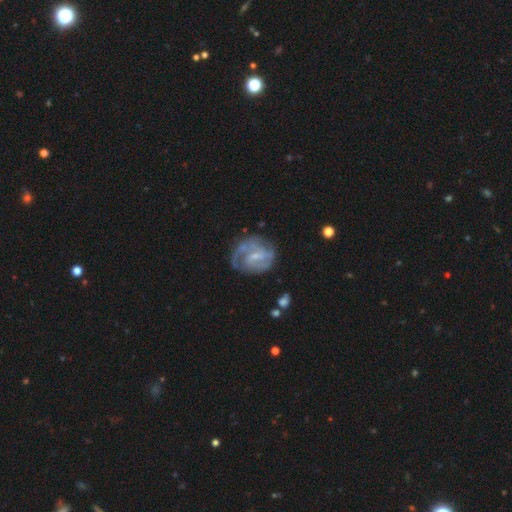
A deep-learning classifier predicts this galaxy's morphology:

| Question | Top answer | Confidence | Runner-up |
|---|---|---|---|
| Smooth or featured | featured or disk | 80% | smooth (14%) |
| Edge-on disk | no | 98% | yes (2%) |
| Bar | weak | 58% | no (23%) |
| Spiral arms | yes | 90% | no (10%) |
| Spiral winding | tight | 44% | medium (42%) |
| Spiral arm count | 2 | 48% | can't tell (25%) |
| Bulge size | small | 55% | moderate (23%) |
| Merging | none | 62% | minor disturbance (21%) |